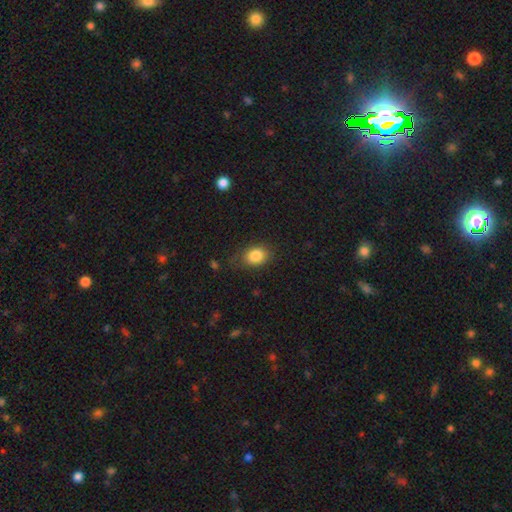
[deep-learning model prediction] Smooth or featured?
  - smooth: 84% *
  - star or artifact: 9%
  - featured or disk: 7%
How rounded?
  - in between: 66% *
  - round: 33%
  - cigar-shaped: 1%
Merging?
  - none: 74% *
  - minor disturbance: 19%
  - major disturbance: 6%
  - merger: 2%